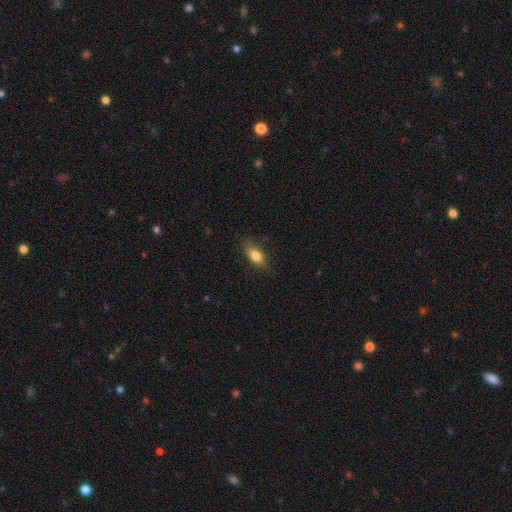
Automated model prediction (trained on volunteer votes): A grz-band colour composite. It shows a smooth galaxy with no disk features (82%) that is in between round and cigar-shaped (84%). Merging: none (79%).